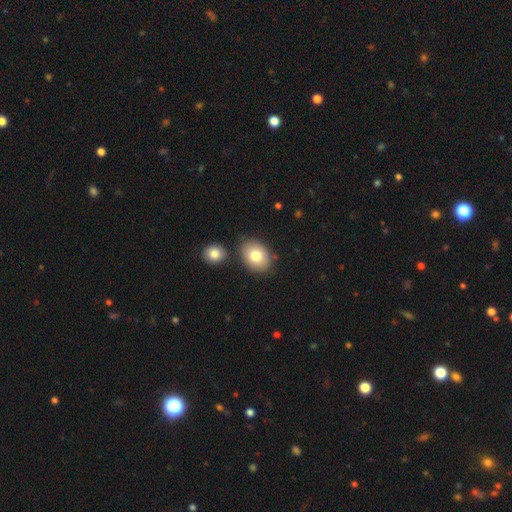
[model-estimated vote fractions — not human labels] This appears to be a smooth galaxy with no disk features (79%) that is in between round and cigar-shaped (72%). Merging: none (76%).